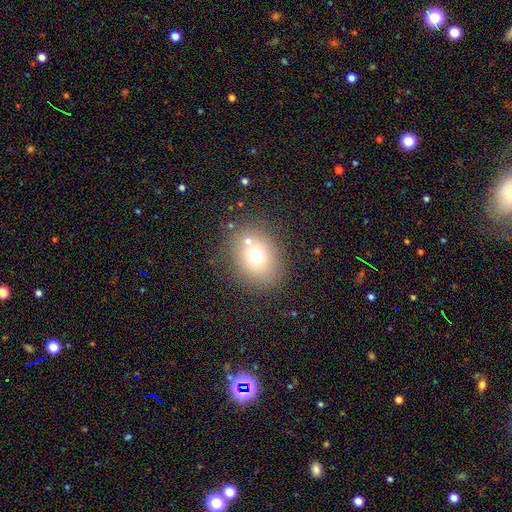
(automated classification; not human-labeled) The model was most divided on "how rounded": round: 54%, in between: 45%, cigar-shaped: 1%. More confident: merging — none (73%); smooth or featured — smooth (68%).